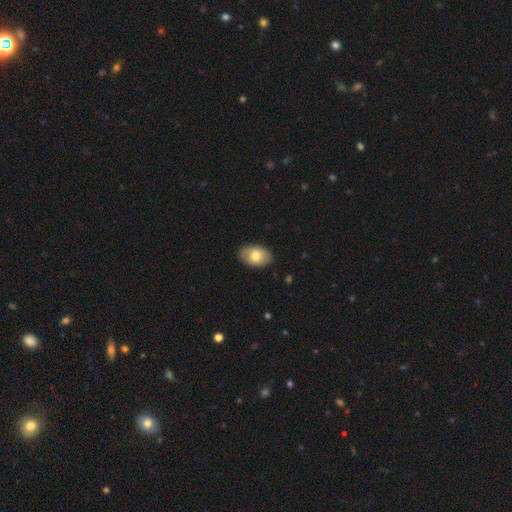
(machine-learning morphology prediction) smooth-or-featured: smooth: 73% | featured or disk: 21% | star or artifact: 6%
  how-rounded: in between: 90% | round: 9% | cigar-shaped: 1%
  merging: none: 85% | minor disturbance: 12% | major disturbance: 2% | merger: 1%